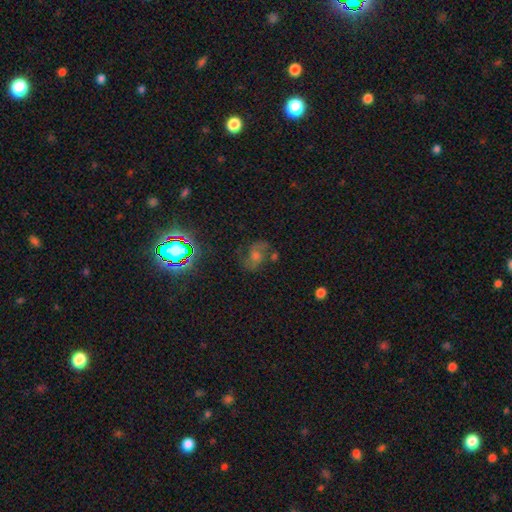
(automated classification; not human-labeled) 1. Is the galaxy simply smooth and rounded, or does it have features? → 50% featured or disk, 31% star or artifact, 19% smooth.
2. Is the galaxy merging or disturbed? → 67% none, 17% minor disturbance, 11% major disturbance, 5% merger.